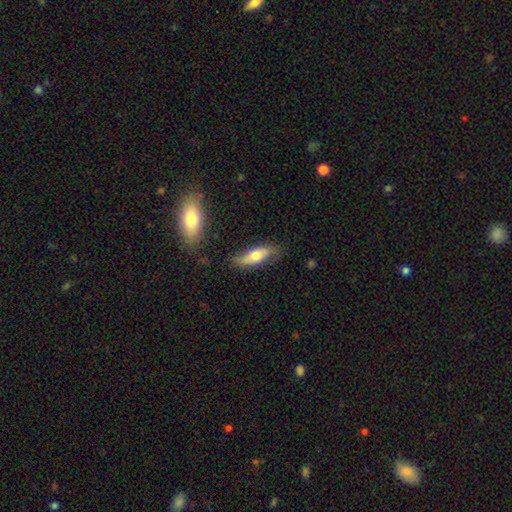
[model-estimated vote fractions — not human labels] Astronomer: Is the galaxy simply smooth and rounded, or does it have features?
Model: smooth — 57% (runner-up: featured or disk, 36%).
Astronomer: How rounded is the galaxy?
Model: in between — 55% (runner-up: cigar-shaped, 42%).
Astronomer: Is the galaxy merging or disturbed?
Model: none — 75%.